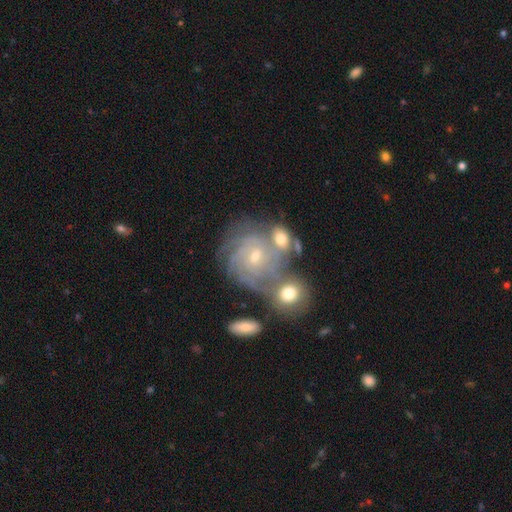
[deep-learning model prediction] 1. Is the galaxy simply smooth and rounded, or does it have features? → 81% featured or disk, 10% smooth, 9% star or artifact.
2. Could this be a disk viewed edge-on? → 97% no, 3% yes.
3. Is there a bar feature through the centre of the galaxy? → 67% no, 27% weak, 5% strong.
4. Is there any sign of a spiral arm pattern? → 95% yes, 5% no.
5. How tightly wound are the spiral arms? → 73% tight, 22% medium, 5% loose.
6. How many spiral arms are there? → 31% can't tell, 26% 4, 19% 3, 10% more than 4, 9% 2, 6% 1.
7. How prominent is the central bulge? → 65% small, 31% moderate, 2% none, 1% large, 1% dominant.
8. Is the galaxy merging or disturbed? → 52% none, 25% merger, 15% minor disturbance, 8% major disturbance.